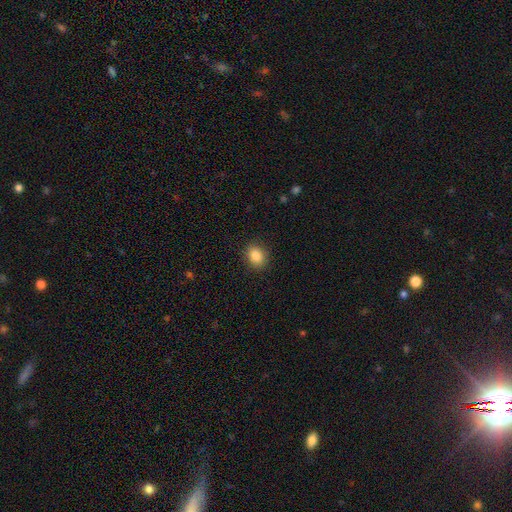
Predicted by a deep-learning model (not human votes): Smooth or featured: smooth — 86% (star or artifact — 9%)
How rounded: in between — 54% (round — 45%)
Merging: none — 89% (minor disturbance — 8%)